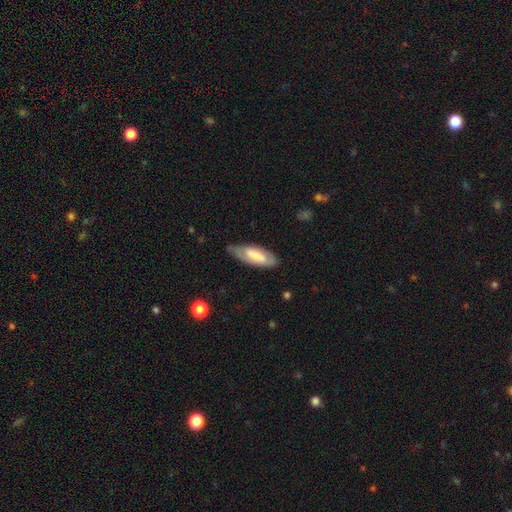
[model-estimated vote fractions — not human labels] smooth_or_featured: smooth (p=0.48) [alt: featured or disk p=0.47]
merging: none (p=0.70) [alt: minor disturbance p=0.23]